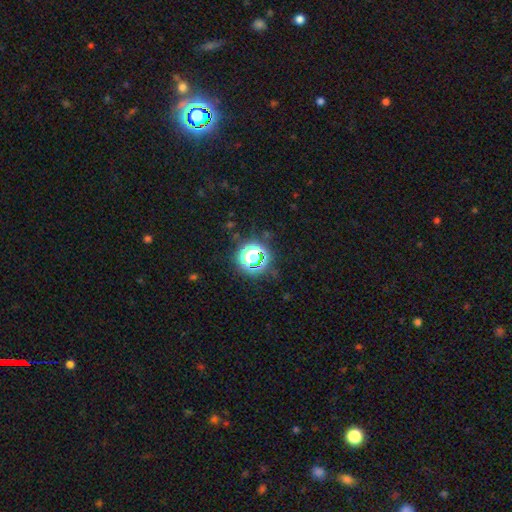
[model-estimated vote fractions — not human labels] Smooth or featured: star or artifact — 63% (smooth — 28%)